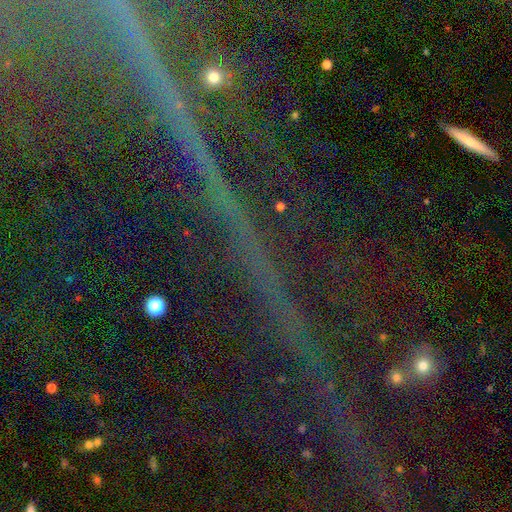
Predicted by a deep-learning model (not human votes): This is clearly a star or artifact rather than a galaxy (84%).